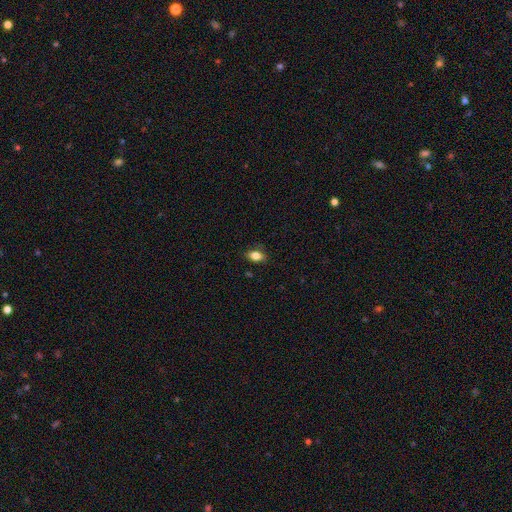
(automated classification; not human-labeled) This is clearly a smooth galaxy (82%). How rounded: clearly in between (84%). Merging: clearly none (82%).